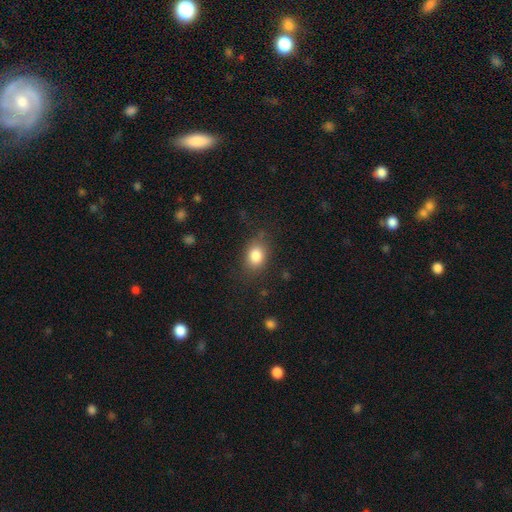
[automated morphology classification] This is clearly a smooth galaxy (83%). How rounded: likely in between (66%). Merging: likely none (78%).